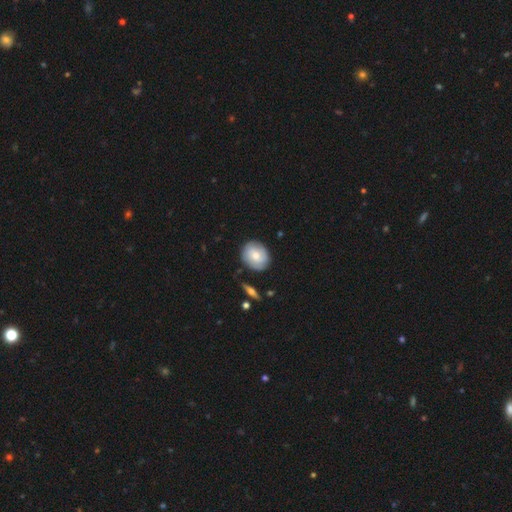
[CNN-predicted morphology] This is possibly a smooth galaxy (56%). How rounded: likely round (64%). Merging: clearly none (81%).